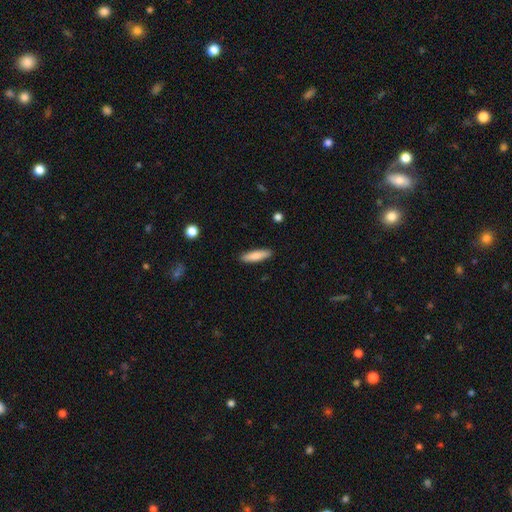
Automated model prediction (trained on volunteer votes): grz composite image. It shows a smooth galaxy with no disk features (83%) that is cigar-shaped (71%). Merging: none (90%).